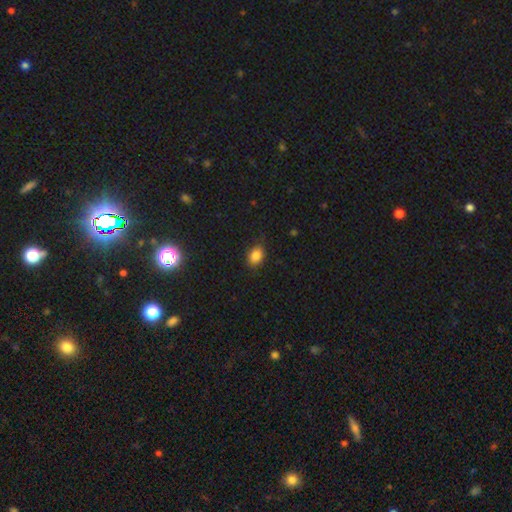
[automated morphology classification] Q: Smooth or featured?
A: smooth (83%); runner-up: star or artifact (11%)
Q: How rounded?
A: in between (65%); runner-up: round (33%)
Q: Merging?
A: none (82%); runner-up: minor disturbance (14%)